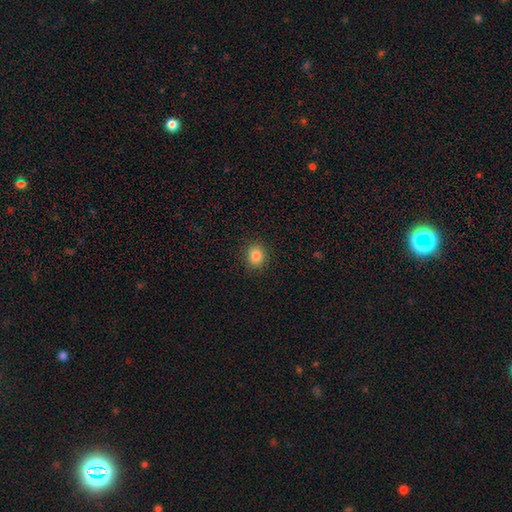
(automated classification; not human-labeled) A smooth galaxy with no disk features (84%) that is round (72%). Merging: none (90%).